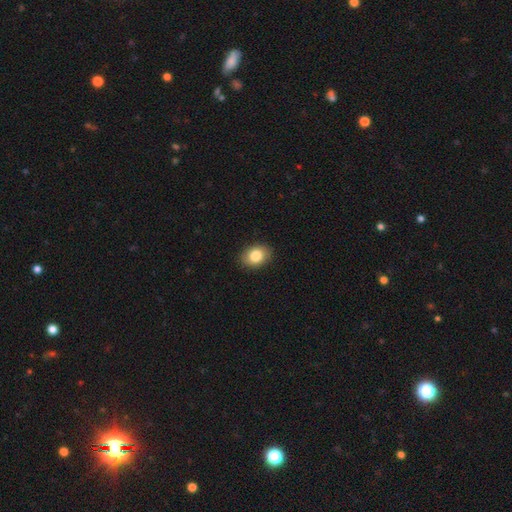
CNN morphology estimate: A smooth galaxy with no disk features (84%) that is in between round and cigar-shaped (72%).

Vote fractions:
- Smooth or featured? smooth: 84% / star or artifact: 8% / featured or disk: 8%
- How rounded? in between: 72% / round: 27% / cigar-shaped: 1%
- Merging? none: 89% / minor disturbance: 8% / major disturbance: 2% / merger: 1%